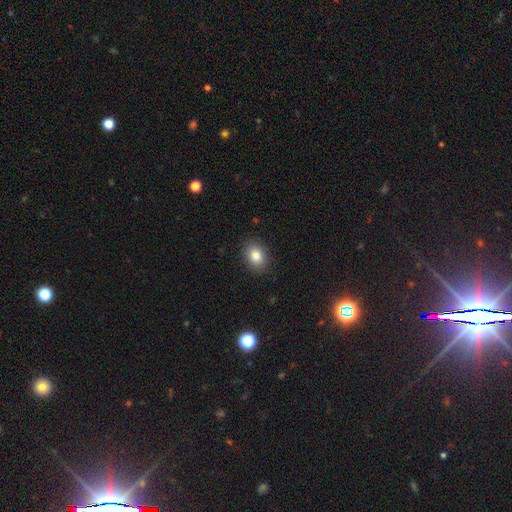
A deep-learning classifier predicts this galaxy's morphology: A smooth galaxy with no disk features (84%) that is in between round and cigar-shaped (62%). Merging: none (88%).